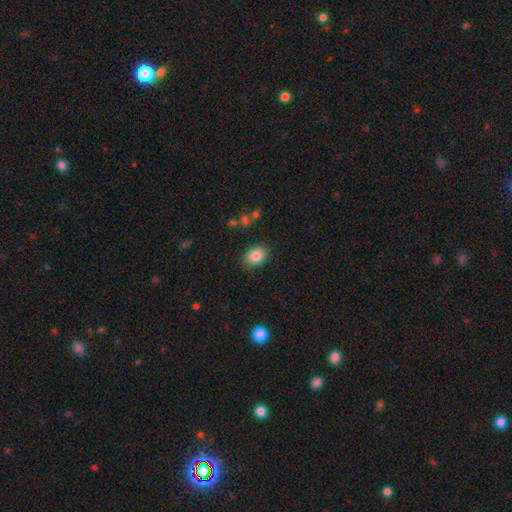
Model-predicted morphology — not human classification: smooth 85%, star or artifact 9%, featured or disk 6%. Down the decision tree: how rounded — in between (64%); merging — none (86%).